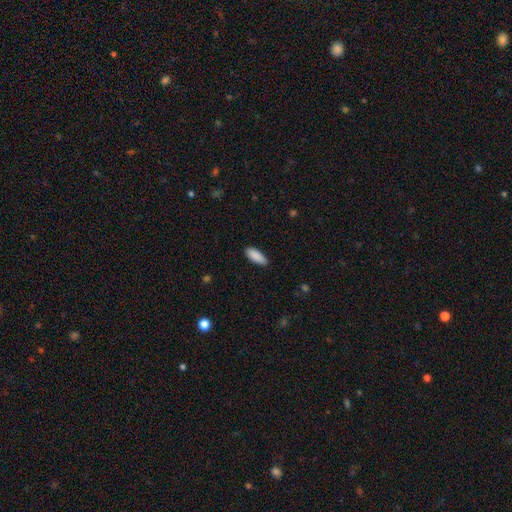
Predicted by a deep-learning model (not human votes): The model was most divided on "how rounded": in between: 74%, cigar-shaped: 24%, round: 2%. More confident: smooth or featured — smooth (90%); merging — none (87%).